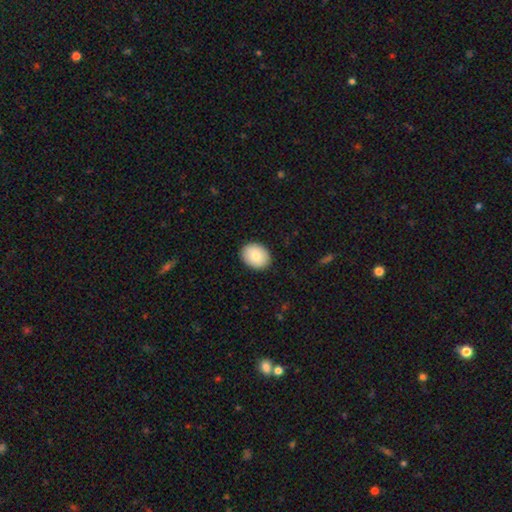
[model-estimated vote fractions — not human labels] smooth-or-featured: smooth: 82% | featured or disk: 11% | star or artifact: 7%
  how-rounded: in between: 55% | round: 44% | cigar-shaped: 1%
  merging: none: 89% | minor disturbance: 8% | major disturbance: 2% | merger: 1%